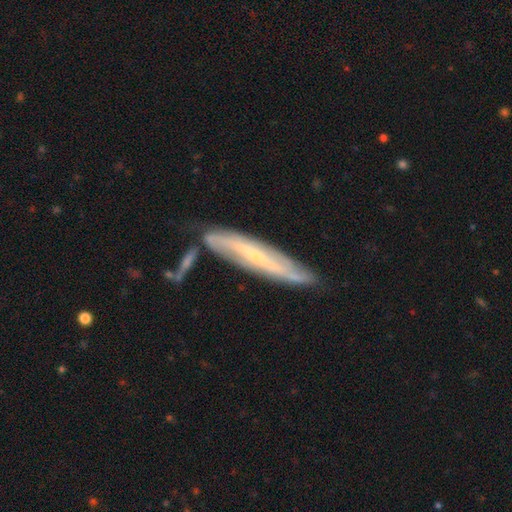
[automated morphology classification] Smooth or featured: featured or disk — 73% (smooth — 21%)
Edge-on disk: no — 51% (yes — 49%)
Merging: none — 61% (minor disturbance — 19%)